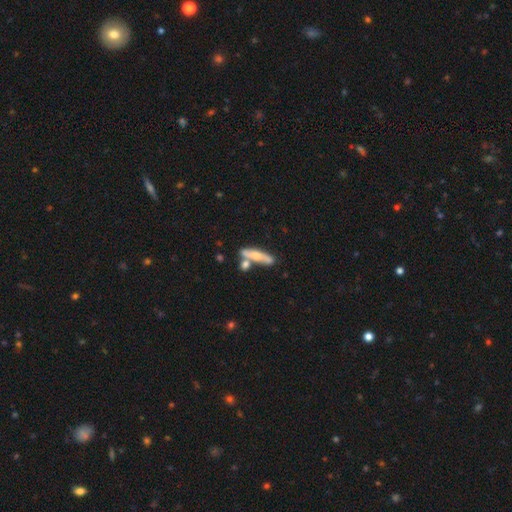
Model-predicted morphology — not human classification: smooth 55%, featured or disk 38%, star or artifact 7%. Down the decision tree: how rounded — cigar-shaped (74%); merging — none (56%).